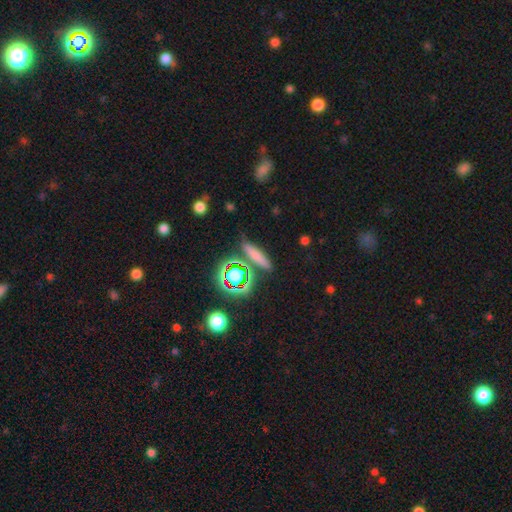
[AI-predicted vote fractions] smooth 64%, star or artifact 20%, featured or disk 16%. Down the decision tree: how rounded — cigar-shaped (72%); merging — none (81%).